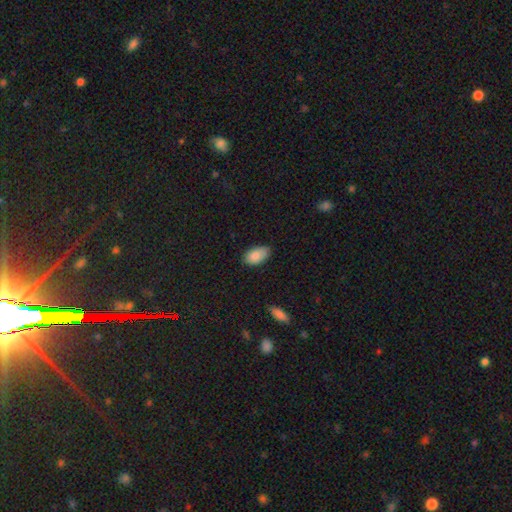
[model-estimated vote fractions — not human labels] This is clearly a smooth galaxy (87%). How rounded: clearly in between (94%). Merging: likely none (73%).